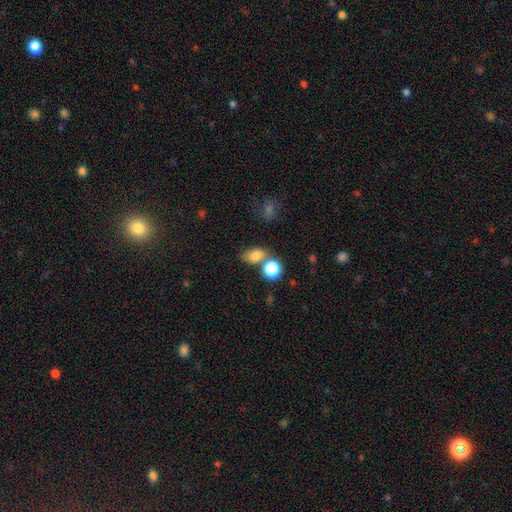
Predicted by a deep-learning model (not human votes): smooth 79%, star or artifact 13%, featured or disk 8%. Down the decision tree: how rounded — in between (70%); merging — none (55%).